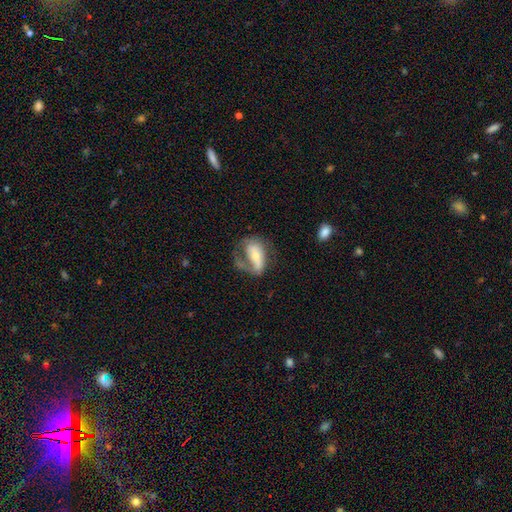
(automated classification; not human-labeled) Smooth or featured?
  - featured or disk: 53% *
  - smooth: 40%
  - star or artifact: 7%
Edge-on disk?
  - no: 92% *
  - yes: 8%
Merging?
  - major disturbance: 42% *
  - none: 32%
  - minor disturbance: 22%
  - merger: 4%